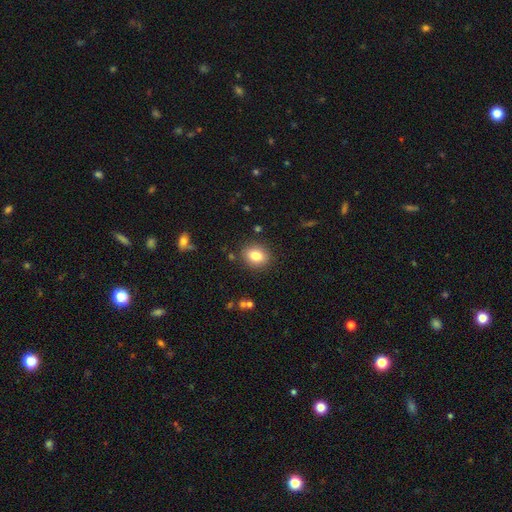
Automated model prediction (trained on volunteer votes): Smooth or featured: smooth — 82% (star or artifact — 10%)
How rounded: in between — 53% (round — 45%)
Merging: none — 87% (minor disturbance — 9%)